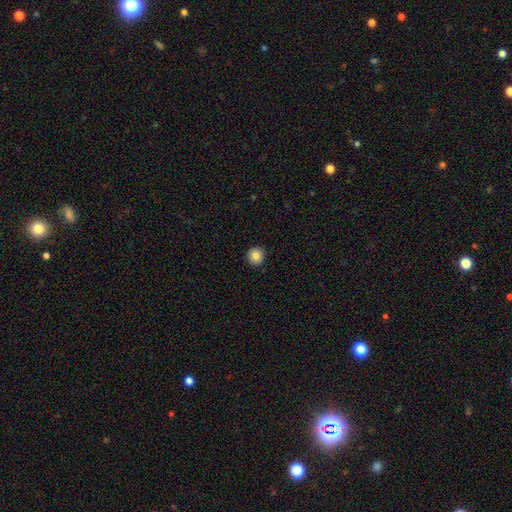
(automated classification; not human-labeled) The model was most divided on "smooth or featured": smooth: 84%, star or artifact: 9%, featured or disk: 6%. More confident: how rounded — round (93%); merging — none (92%).